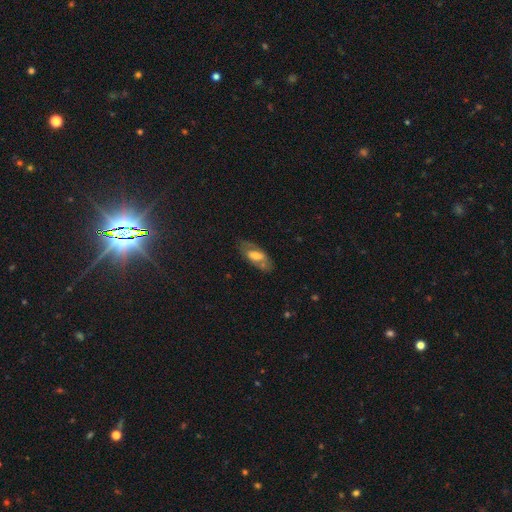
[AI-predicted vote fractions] This appears to be a smooth galaxy with no disk features (47%). Merging: none (66%).